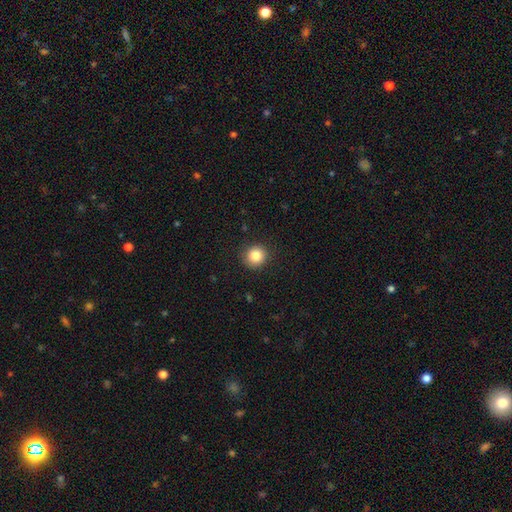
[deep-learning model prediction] Morphology: type=smooth (84%); roundness=round (92%); merging=none (91%).